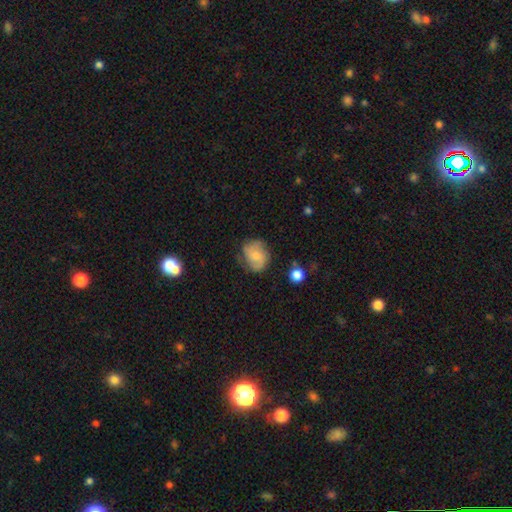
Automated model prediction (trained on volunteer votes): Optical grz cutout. It shows a smooth galaxy with no disk features (50%) that is round (62%). Merging: none (64%).